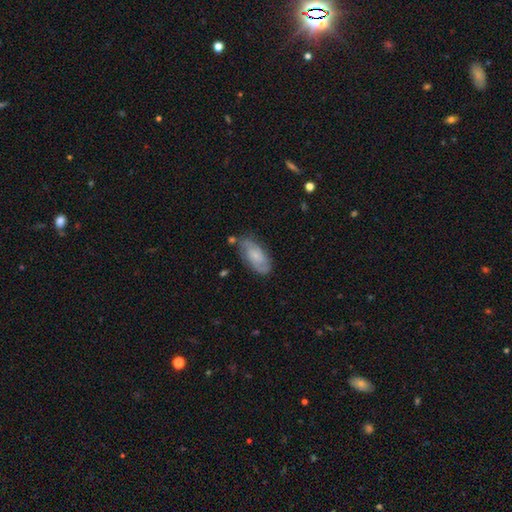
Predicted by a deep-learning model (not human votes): A featured or disk galaxy (54%).

Vote fractions:
- Smooth or featured? featured or disk: 54% / smooth: 39% / star or artifact: 7%
- Edge-on disk? no: 92% / yes: 8%
- Merging? none: 68% / minor disturbance: 22% / major disturbance: 6% / merger: 4%